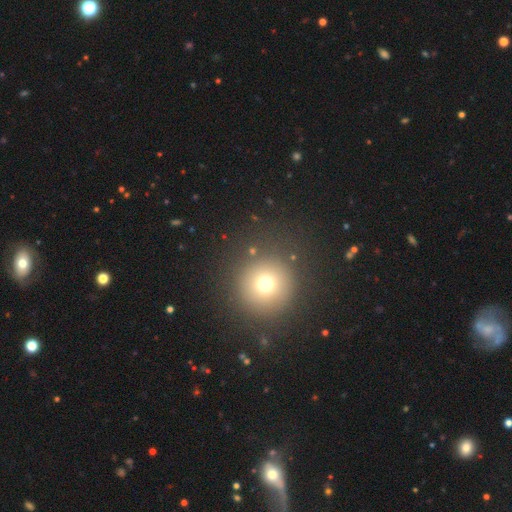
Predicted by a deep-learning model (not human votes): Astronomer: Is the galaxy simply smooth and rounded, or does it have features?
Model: smooth — 65%.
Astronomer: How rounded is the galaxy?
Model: round — 95%.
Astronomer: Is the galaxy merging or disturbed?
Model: none — 89%.